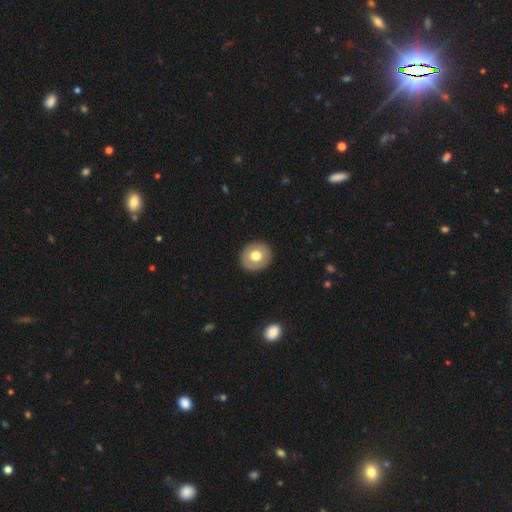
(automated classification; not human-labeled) Overall: smooth (70%). How rounded: round (83%). Merging: none (91%).